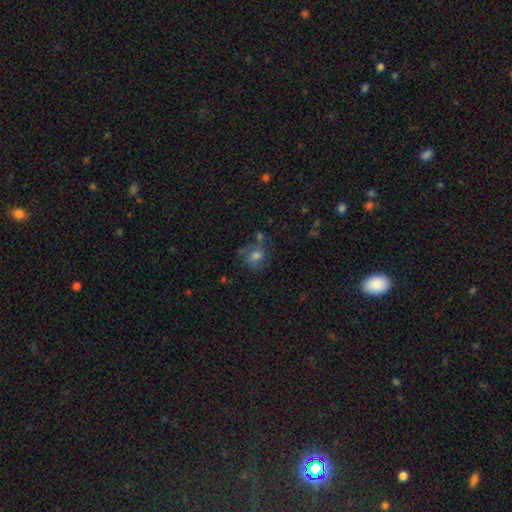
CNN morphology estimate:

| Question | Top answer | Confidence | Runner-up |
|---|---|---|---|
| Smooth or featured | smooth | 56% | featured or disk (28%) |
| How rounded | round | 73% | in between (25%) |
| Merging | none | 57% | minor disturbance (21%) |